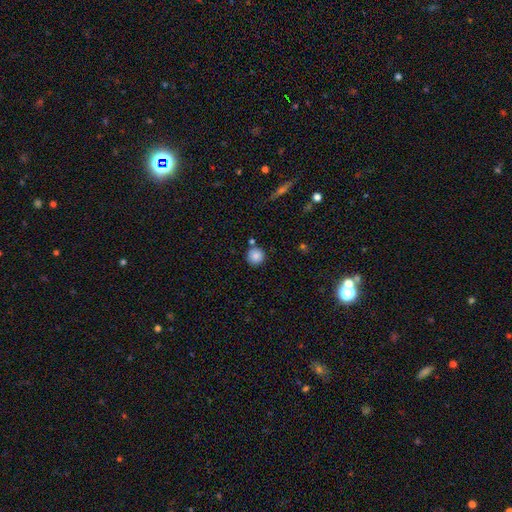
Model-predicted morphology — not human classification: smooth 86%, star or artifact 10%, featured or disk 5%. Down the decision tree: how rounded — round (94%); merging — none (80%).